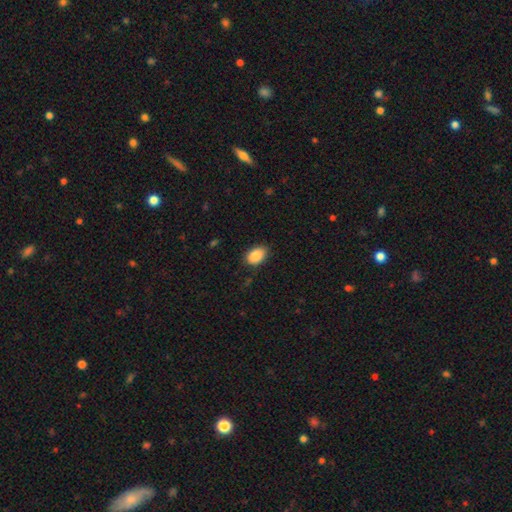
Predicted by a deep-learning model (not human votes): This appears to be a smooth galaxy with no disk features (88%) that is in between round and cigar-shaped (84%). Merging: none (83%).